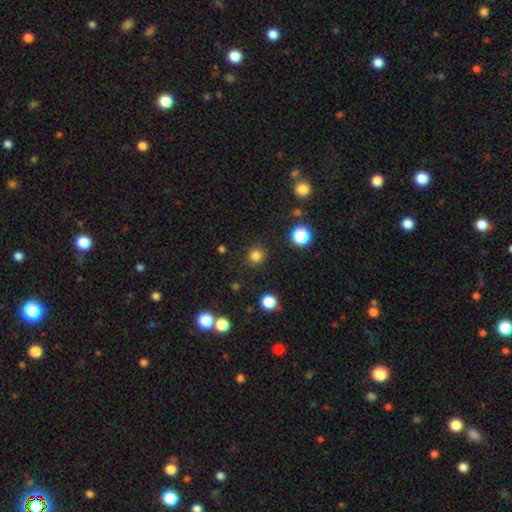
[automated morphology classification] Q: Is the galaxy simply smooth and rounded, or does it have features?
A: smooth — 81%.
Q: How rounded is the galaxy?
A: round — 93%.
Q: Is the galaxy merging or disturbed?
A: none — 90%.